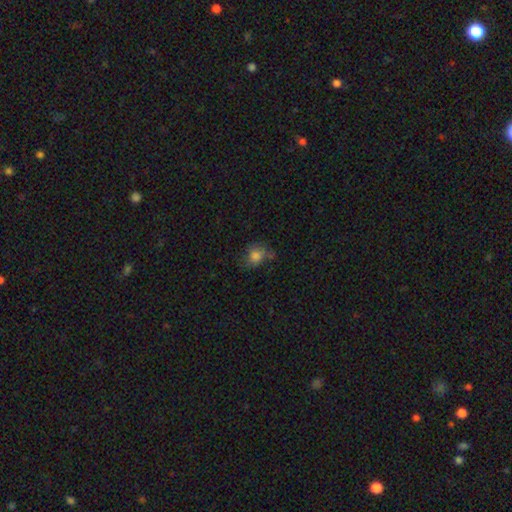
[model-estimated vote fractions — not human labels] Smooth or featured: smooth — 76% (featured or disk — 13%)
How rounded: round — 52% (in between — 47%)
Merging: none — 47% (minor disturbance — 31%)